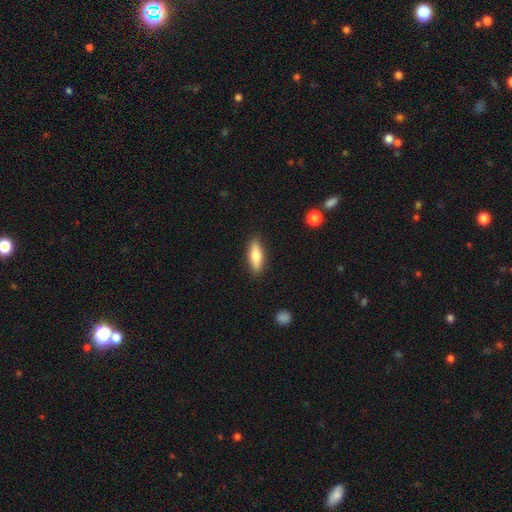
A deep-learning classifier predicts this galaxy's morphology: Smooth or featured: smooth — 72% (featured or disk — 22%)
How rounded: in between — 52% (cigar-shaped — 45%)
Merging: none — 88% (minor disturbance — 9%)